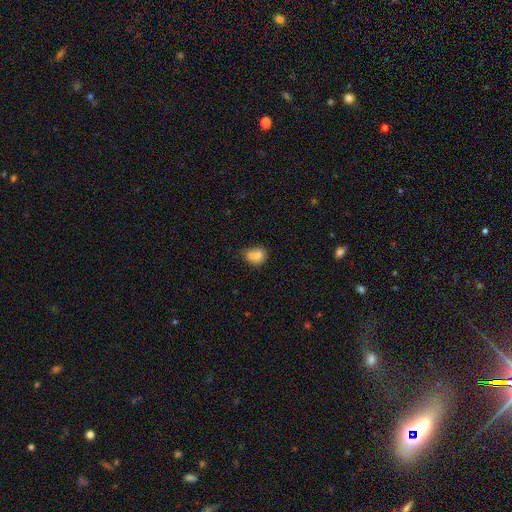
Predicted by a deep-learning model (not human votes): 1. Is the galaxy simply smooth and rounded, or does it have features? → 76% smooth, 14% featured or disk, 10% star or artifact.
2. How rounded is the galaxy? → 53% round, 46% in between, 1% cigar-shaped.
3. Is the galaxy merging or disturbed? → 39% none, 34% merger, 20% minor disturbance, 7% major disturbance.